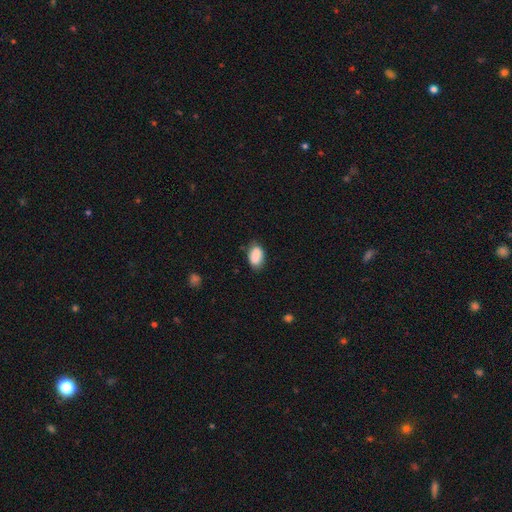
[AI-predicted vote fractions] smooth-or-featured: smooth: 87% | star or artifact: 7% | featured or disk: 6%
  how-rounded: in between: 92% | round: 7% | cigar-shaped: 2%
  merging: none: 75% | minor disturbance: 20% | major disturbance: 4% | merger: 2%